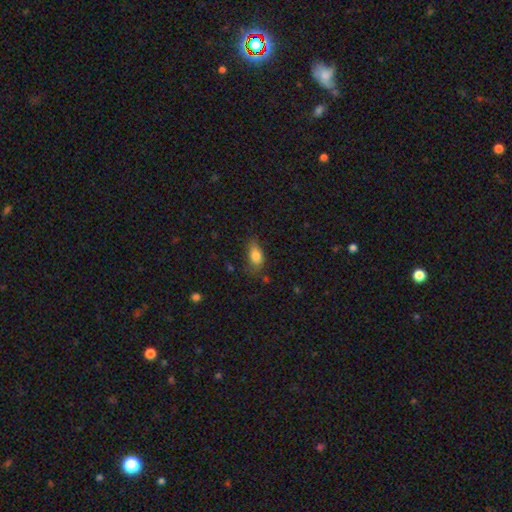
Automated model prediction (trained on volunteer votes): A smooth galaxy with no disk features (81%) that is in between round and cigar-shaped (87%). Merging: none (58%).